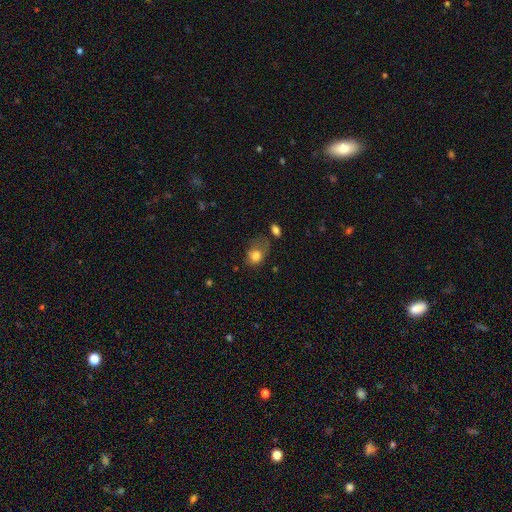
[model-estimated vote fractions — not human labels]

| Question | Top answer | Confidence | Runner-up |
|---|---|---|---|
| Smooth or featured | smooth | 78% | featured or disk (13%) |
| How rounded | in between | 56% | round (43%) |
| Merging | none | 36% | minor disturbance (33%) |